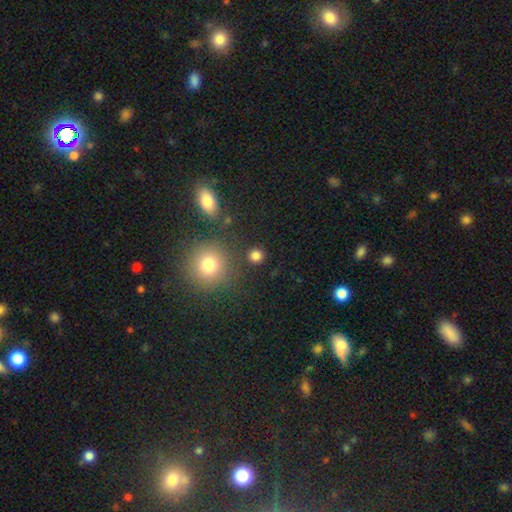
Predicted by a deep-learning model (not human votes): Smooth or featured?
  - smooth: 81% *
  - star or artifact: 14%
  - featured or disk: 4%
How rounded?
  - round: 91% *
  - in between: 8%
  - cigar-shaped: 1%
Merging?
  - none: 87% *
  - minor disturbance: 6%
  - merger: 4%
  - major disturbance: 3%